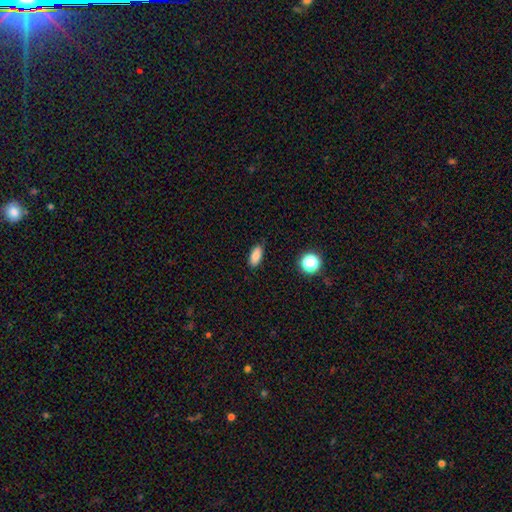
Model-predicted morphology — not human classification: Smooth or featured? Predicted: smooth (p=0.84). How rounded? Predicted: in between (p=0.84). Merging? Predicted: none (p=0.85).